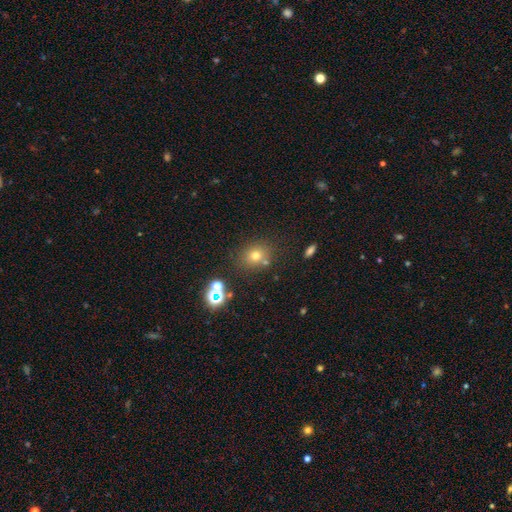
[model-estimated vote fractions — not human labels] smooth 67%, star or artifact 21%, featured or disk 12%. Down the decision tree: how rounded — round (72%); merging — none (73%).